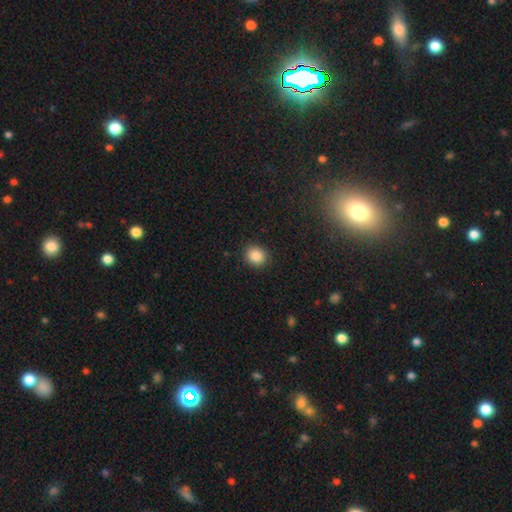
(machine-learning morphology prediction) smooth-or-featured: smooth: 87% | star or artifact: 9% | featured or disk: 4%
  how-rounded: round: 68% | in between: 31% | cigar-shaped: 1%
  merging: none: 88% | minor disturbance: 8% | major disturbance: 2% | merger: 1%